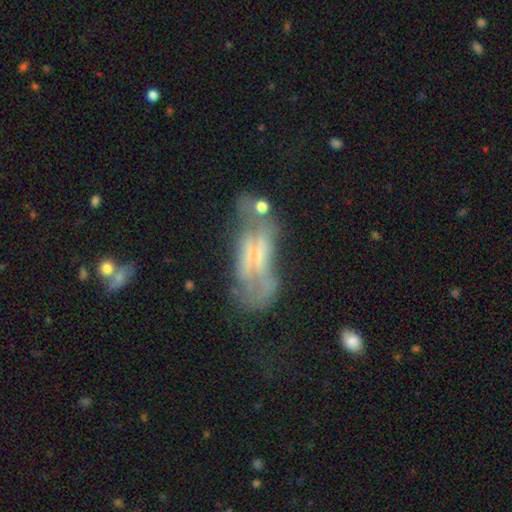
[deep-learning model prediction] This is possibly a featured or disk galaxy (56%). It is likely not viewed edge-on (75%). Merging: marginally major disturbance (32%).